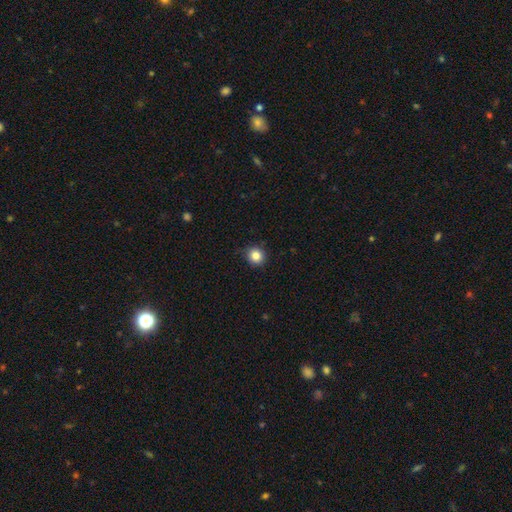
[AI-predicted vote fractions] Smooth or featured? smooth (84%)
How rounded? round (91%)
Merging? none (86%)